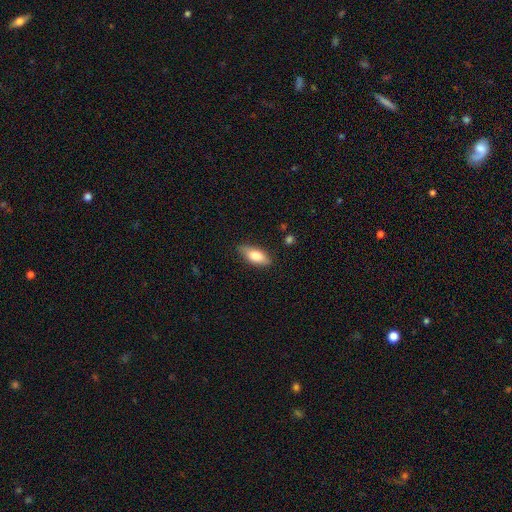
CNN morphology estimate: Q: Smooth or featured?
A: smooth (79%); runner-up: featured or disk (15%)
Q: How rounded?
A: in between (80%); runner-up: cigar-shaped (17%)
Q: Merging?
A: none (80%); runner-up: minor disturbance (16%)